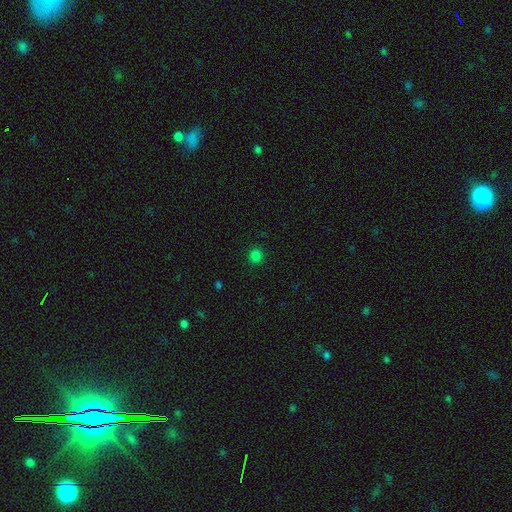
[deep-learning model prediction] This appears to be a smooth galaxy with no disk features (80%) that is round (90%). Merging: none (91%).